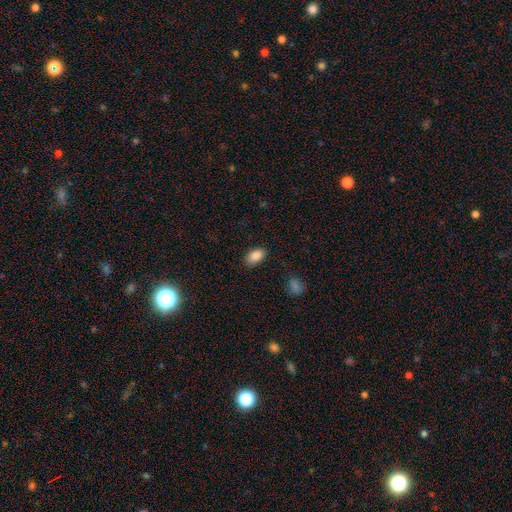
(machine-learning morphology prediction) A smooth galaxy with no disk features (87%) that is in between round and cigar-shaped (92%).

Vote fractions:
- Smooth or featured? smooth: 87% / star or artifact: 8% / featured or disk: 5%
- How rounded? in between: 92% / round: 5% / cigar-shaped: 2%
- Merging? none: 87% / minor disturbance: 10% / major disturbance: 2% / merger: 1%